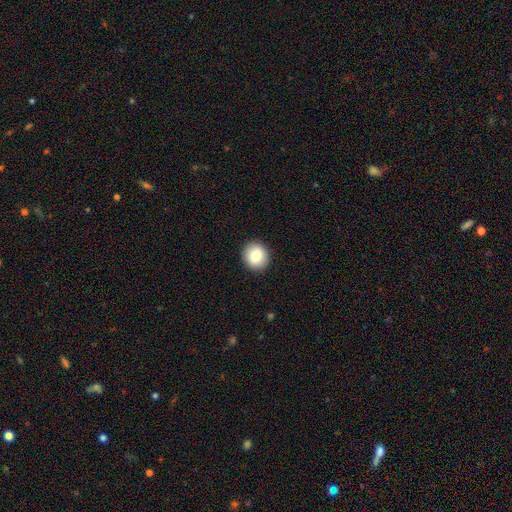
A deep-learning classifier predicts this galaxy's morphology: This is clearly a smooth galaxy (81%). How rounded: clearly round (87%). Merging: clearly none (92%).